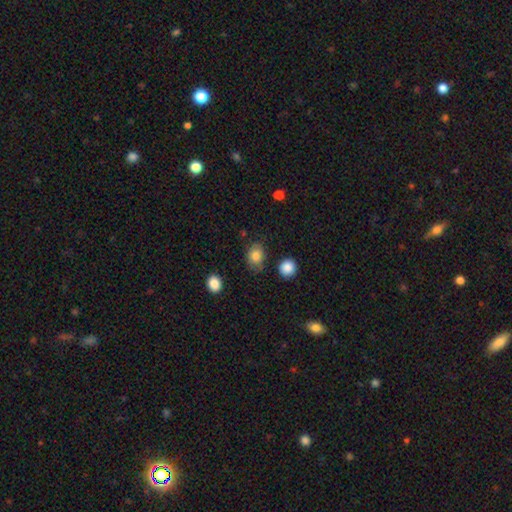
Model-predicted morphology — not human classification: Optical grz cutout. It shows a smooth galaxy with no disk features (82%) that is in between round and cigar-shaped (69%). Merging: none (72%).